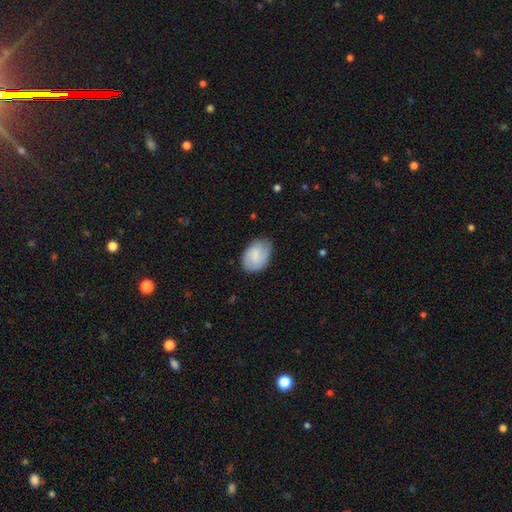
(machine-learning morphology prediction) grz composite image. It shows a smooth galaxy with no disk features (69%) that is in between round and cigar-shaped (81%). Merging: none (73%).